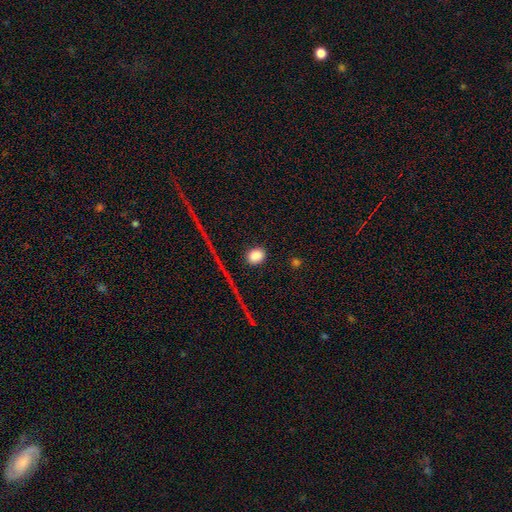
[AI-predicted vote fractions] Smooth or featured?
  - smooth: 83% *
  - star or artifact: 12%
  - featured or disk: 5%
How rounded?
  - round: 65% *
  - in between: 33%
  - cigar-shaped: 2%
Merging?
  - none: 89% *
  - minor disturbance: 7%
  - major disturbance: 2%
  - merger: 2%